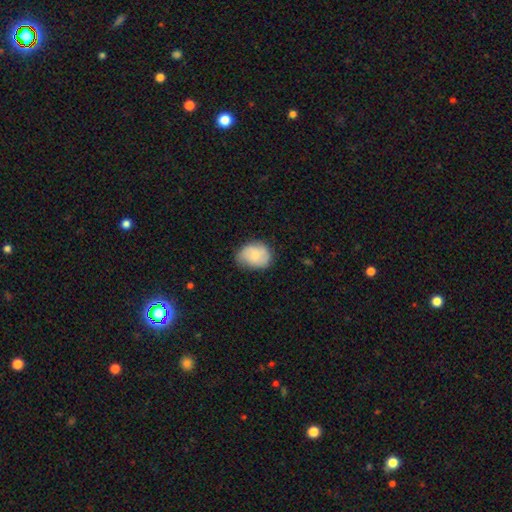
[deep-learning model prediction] smooth 71%, featured or disk 22%, star or artifact 7%. Down the decision tree: how rounded — in between (53%); merging — none (61%).